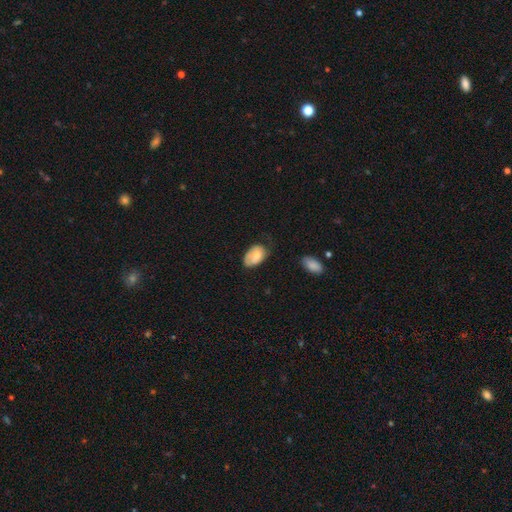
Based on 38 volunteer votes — A smooth galaxy with no disk features (71%) that is in between round and cigar-shaped (96%).

Vote fractions:
- Smooth or featured? smooth: 71% / featured or disk: 24% / star or artifact: 5%
- How rounded? in between: 96% / round: 4% / cigar-shaped: 0%
- Merging? none: 33% (tied) / minor disturbance: 33% (tied) / major disturbance: 33% (tied) / merger: 0%